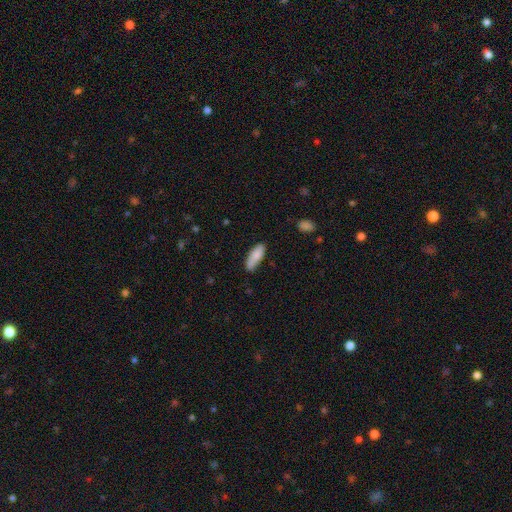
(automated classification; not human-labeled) This is clearly a smooth galaxy (86%). How rounded: likely in between (67%). Merging: likely none (74%).